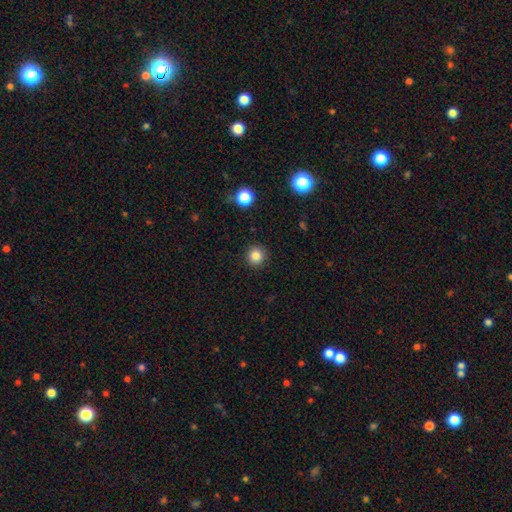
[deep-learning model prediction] smooth-or-featured: smooth: 83% | star or artifact: 12% | featured or disk: 5%
  how-rounded: round: 94% | in between: 5% | cigar-shaped: 1%
  merging: none: 92% | minor disturbance: 5% | major disturbance: 2% | merger: 1%